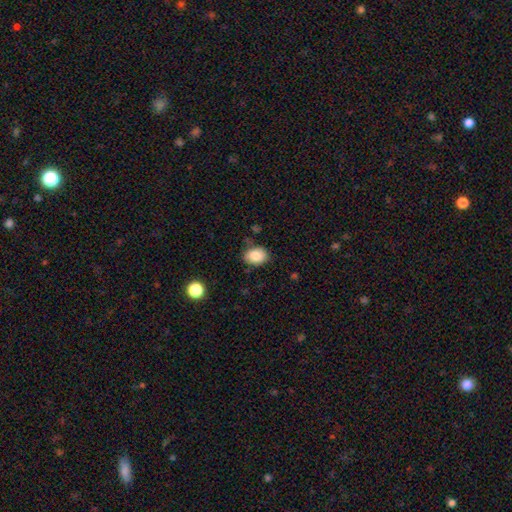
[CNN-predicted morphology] A smooth galaxy with no disk features (85%) that is in between round and cigar-shaped (67%). Merging: none (78%).